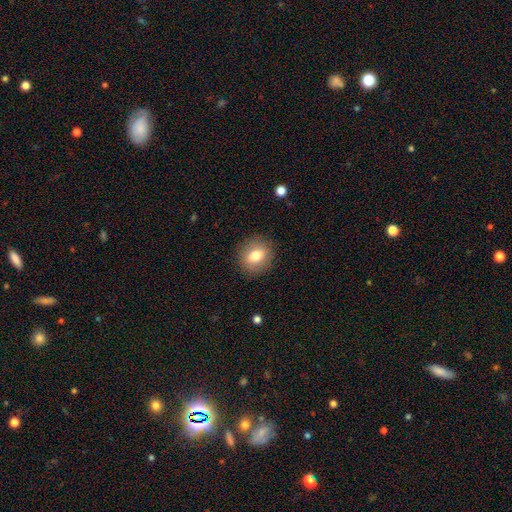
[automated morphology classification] type=smooth (77%); roundness=round (71%); merging=none (88%).